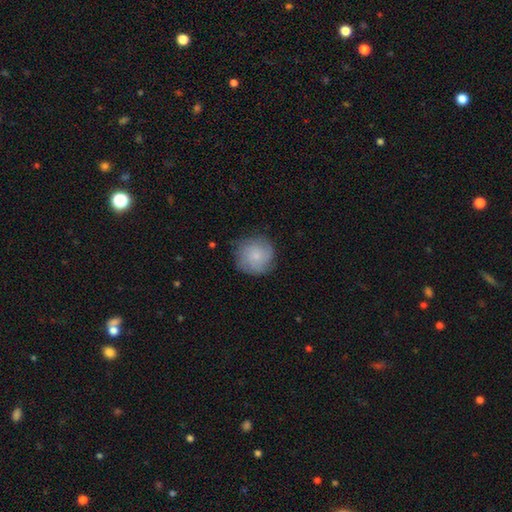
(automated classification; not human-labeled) Overall: smooth (62%; featured or disk 30%). How rounded: round (92%). Merging: none (78%).